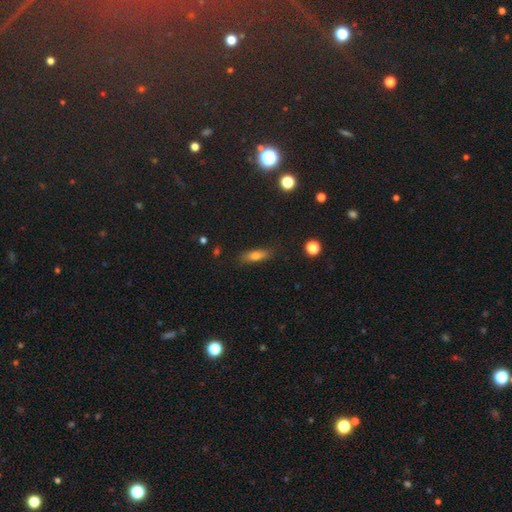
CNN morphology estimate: smooth 71%, featured or disk 19%, star or artifact 10%. Down the decision tree: how rounded — in between (50%); merging — none (82%).